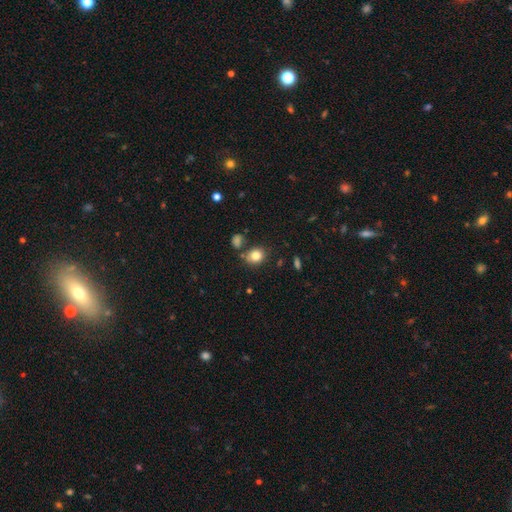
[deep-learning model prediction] Overall: smooth (82%). How rounded: round (58%; in between 41%). Merging: none (75%).